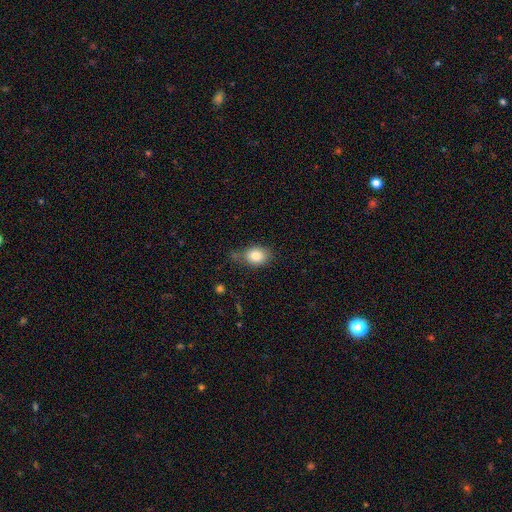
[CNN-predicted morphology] smooth_or_featured: smooth (p=0.83) [alt: star or artifact p=0.09]
how_rounded: in between (p=0.61) [alt: round p=0.37]
merging: none (p=0.59) [alt: minor disturbance p=0.27]